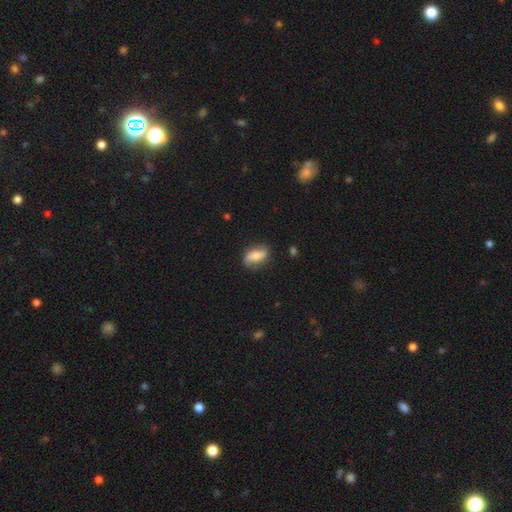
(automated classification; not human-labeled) Smooth or featured: smooth — 53% (featured or disk — 40%)
How rounded: in between — 81% (round — 9%)
Merging: none — 77% (minor disturbance — 17%)